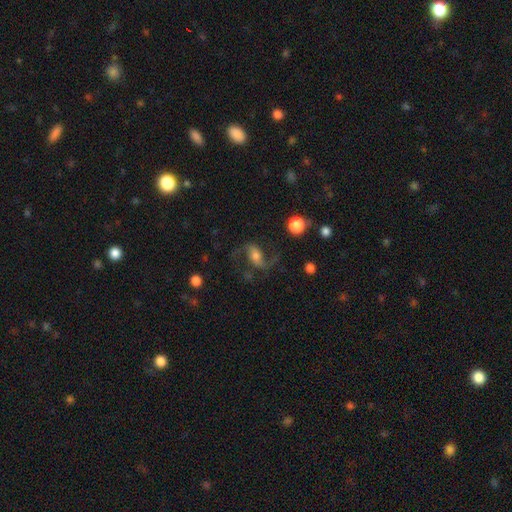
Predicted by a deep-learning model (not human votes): The model was most divided on "bar": no: 37%, weak: 36%, strong: 27%. More confident: edge-on disk — no (96%); spiral arms — yes (95%); spiral arm count — 2 (92%); smooth or featured — featured or disk (79%); spiral winding — loose (76%); merging — none (70%); bulge size — moderate (57%).